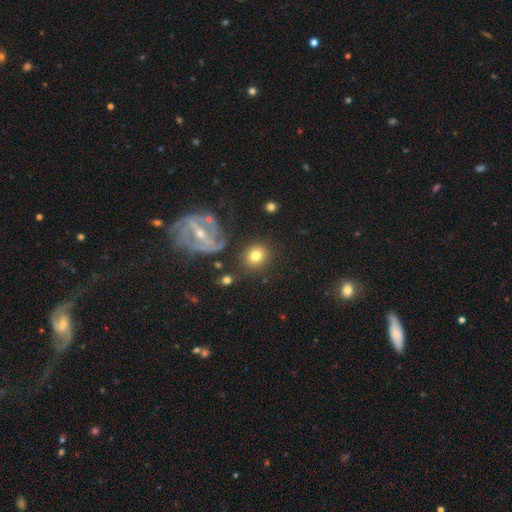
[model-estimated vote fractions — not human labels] Overall: smooth (73%). How rounded: round (80%). Merging: none (78%).